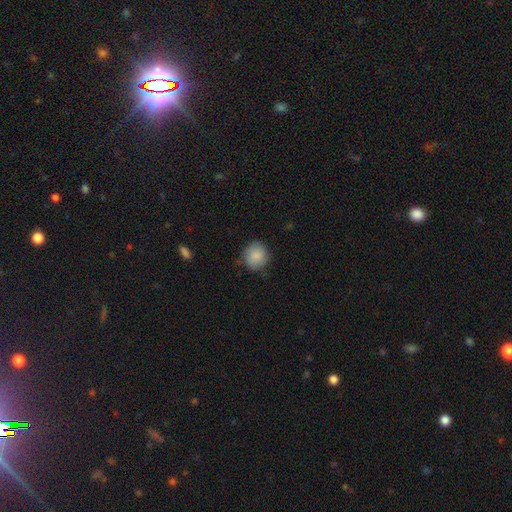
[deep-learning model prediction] Smooth or featured? Predicted: smooth (p=0.88). How rounded? Predicted: round (p=0.88). Merging? Predicted: none (p=0.79).